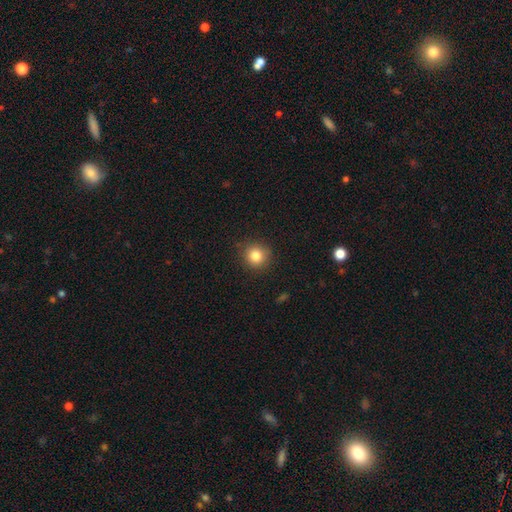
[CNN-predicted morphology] smooth_or_featured: smooth (p=0.83) [alt: star or artifact p=0.11]
how_rounded: round (p=0.92) [alt: in between p=0.07]
merging: none (p=0.89) [alt: minor disturbance p=0.07]